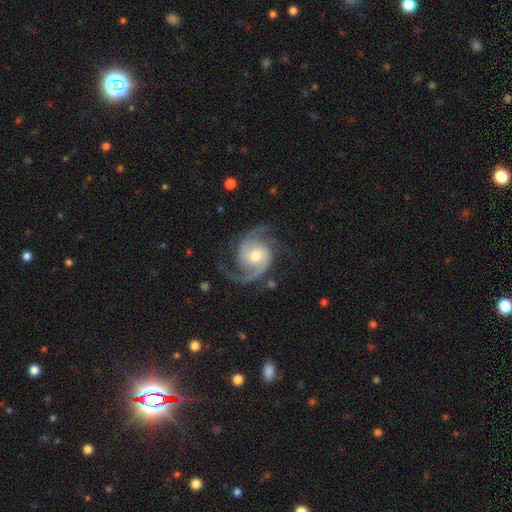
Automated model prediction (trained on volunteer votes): featured or disk 92%, star or artifact 4%, smooth 4%. Down the decision tree: edge-on disk — no (98%); bar — no (60%); spiral arms — yes (98%); spiral arm count — 2 (83%); spiral winding — medium (57%); bulge size — moderate (67%); merging — none (74%).